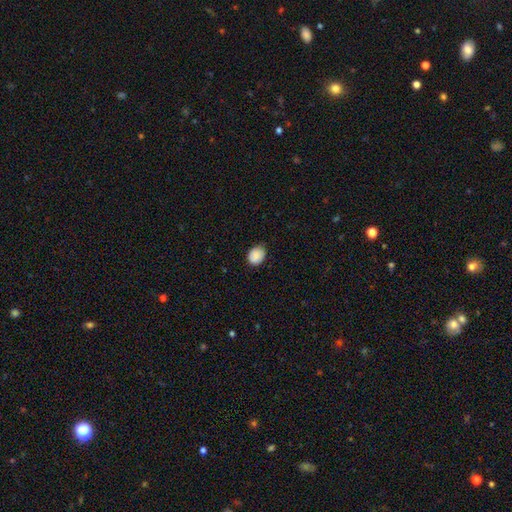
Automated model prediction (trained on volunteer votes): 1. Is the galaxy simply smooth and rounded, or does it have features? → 87% smooth, 8% star or artifact, 5% featured or disk.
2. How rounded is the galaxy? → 53% round, 46% in between, 1% cigar-shaped.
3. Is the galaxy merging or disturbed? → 76% none, 20% minor disturbance, 3% major disturbance, 1% merger.